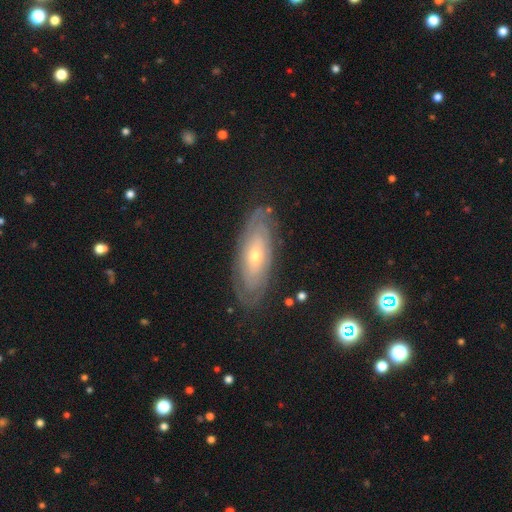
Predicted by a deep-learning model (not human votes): A featured or disk galaxy (73%) with no bar (77%), spiral arms (76%) and a moderate central bulge (48%, tied with small). Merging: none (79%).